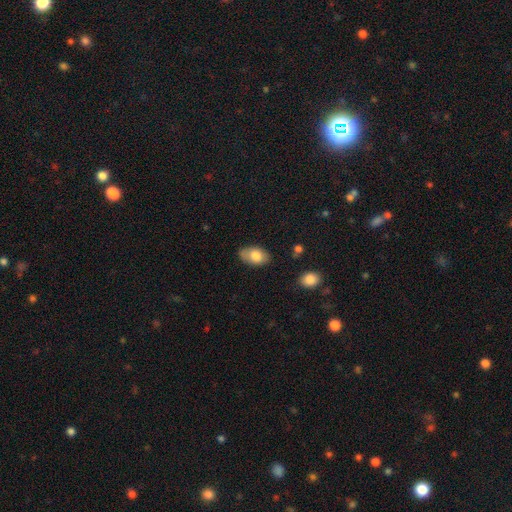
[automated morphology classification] This appears to be a smooth galaxy with no disk features (78%) that is in between round and cigar-shaped (91%). Merging: none (75%).